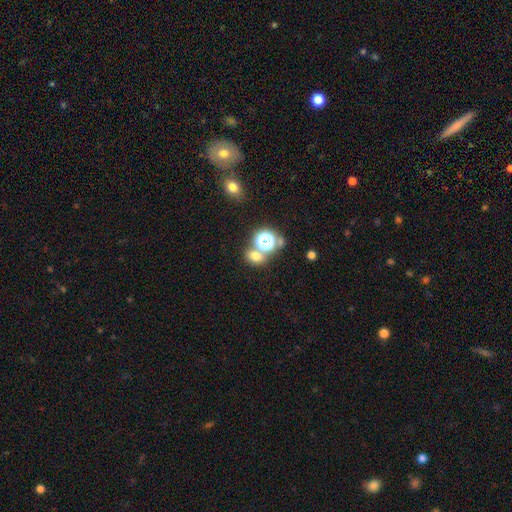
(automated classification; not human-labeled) This is likely a smooth galaxy (64%). How rounded: possibly round (55%). Merging: likely none (63%).